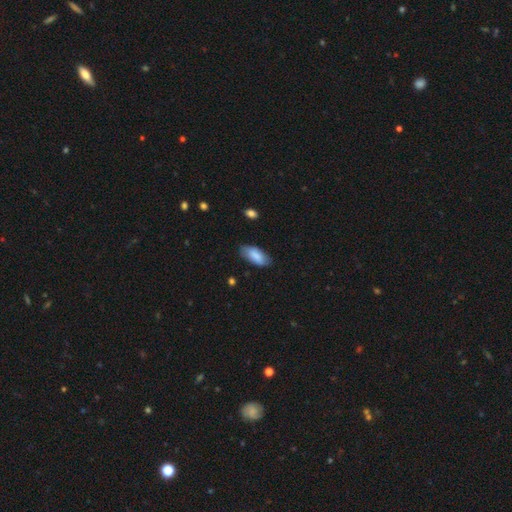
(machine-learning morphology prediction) This is clearly a smooth galaxy (82%). How rounded: clearly in between (90%). Merging: likely none (76%).